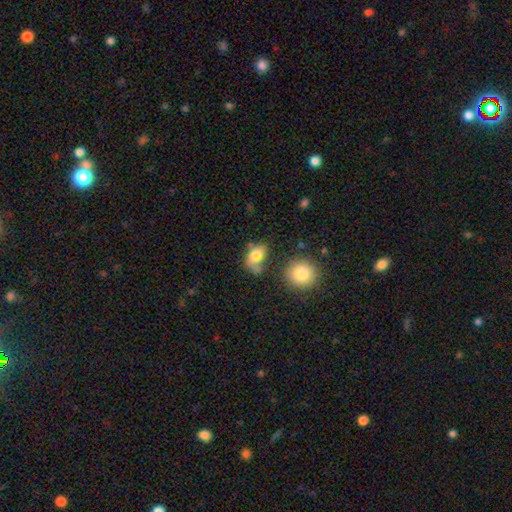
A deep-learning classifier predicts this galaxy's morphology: This is likely a smooth galaxy (77%). How rounded: clearly in between (82%). Merging: marginally none (44%).